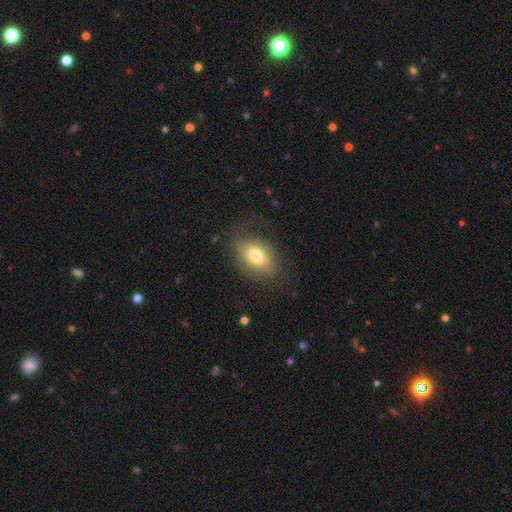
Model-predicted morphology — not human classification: Smooth or featured? smooth (71%)
How rounded? in between (76%)
Merging? none (62%)